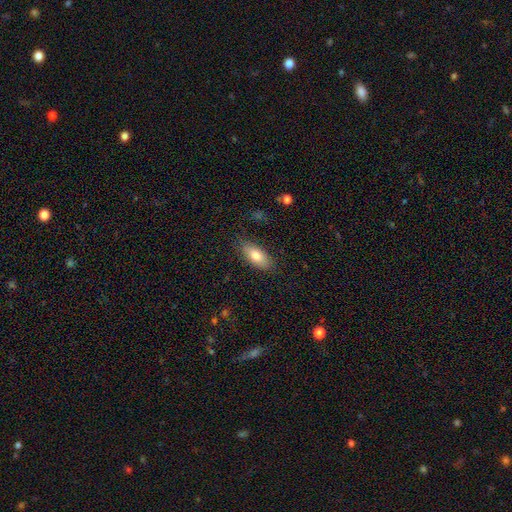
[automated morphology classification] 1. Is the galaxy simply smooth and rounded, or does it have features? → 77% smooth, 16% featured or disk, 7% star or artifact.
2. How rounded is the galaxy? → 86% in between, 12% cigar-shaped, 3% round.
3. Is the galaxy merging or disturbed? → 83% none, 13% minor disturbance, 3% major disturbance, 1% merger.